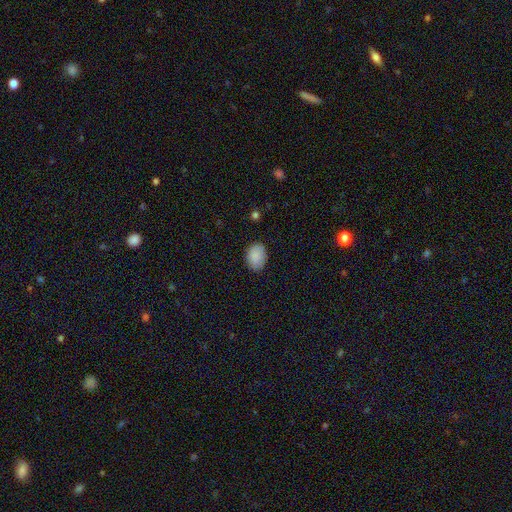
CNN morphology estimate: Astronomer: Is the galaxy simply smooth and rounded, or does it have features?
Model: smooth — 89%.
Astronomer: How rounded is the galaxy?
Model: in between — 75%.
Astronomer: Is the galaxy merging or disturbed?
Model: none — 83%.